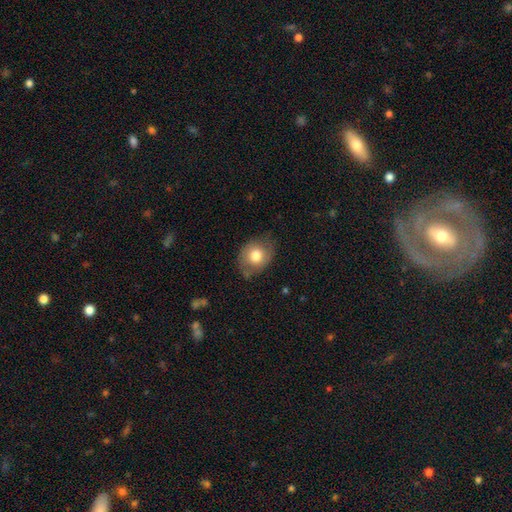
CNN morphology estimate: Smooth or featured: smooth — 71% (featured or disk — 21%)
How rounded: in between — 50% (round — 49%)
Merging: none — 69% (minor disturbance — 24%)